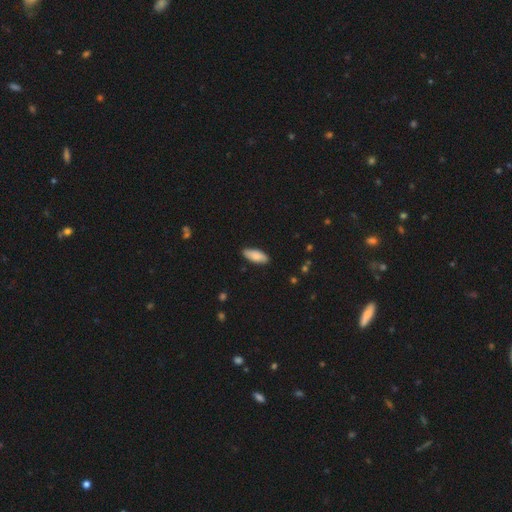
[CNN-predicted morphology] smooth_or_featured: smooth (p=0.85) [alt: featured or disk p=0.09]
how_rounded: in between (p=0.79) [alt: cigar-shaped p=0.19]
merging: none (p=0.87) [alt: minor disturbance p=0.11]